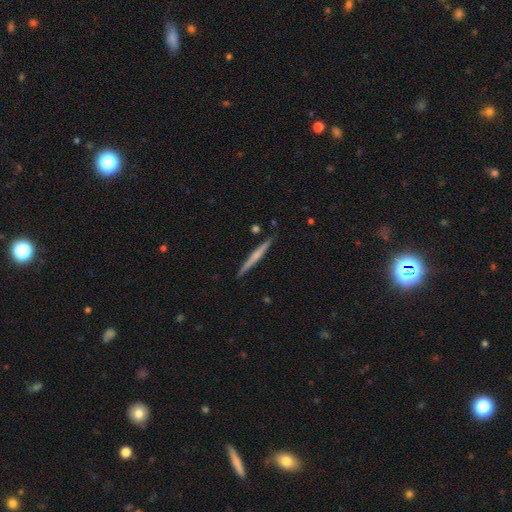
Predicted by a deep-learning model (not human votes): Morphology: type=featured or disk (52%); edge-on=yes (98%); edge-on bulge=none (61%); merging=none (90%).